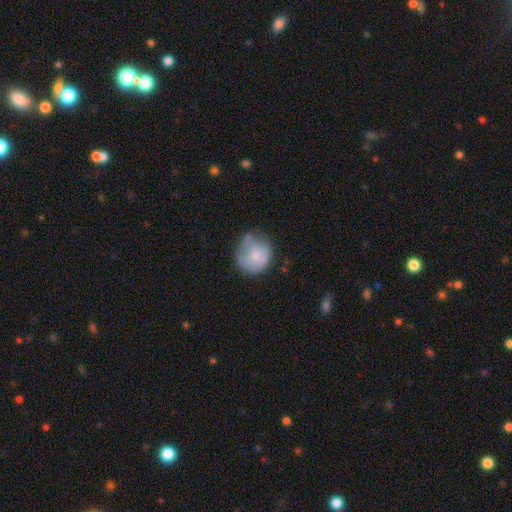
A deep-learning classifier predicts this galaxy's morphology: A smooth galaxy with no disk features (68%) that is round (85%).

Vote fractions:
- Smooth or featured? smooth: 68% / featured or disk: 25% / star or artifact: 7%
- How rounded? round: 85% / in between: 14% / cigar-shaped: 1%
- Merging? none: 47% / minor disturbance: 33% / major disturbance: 15% / merger: 5%